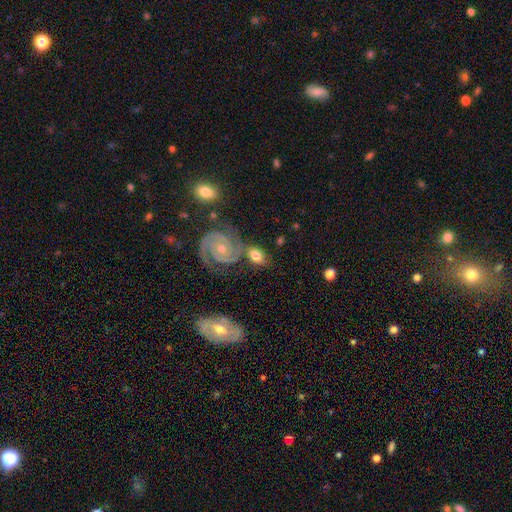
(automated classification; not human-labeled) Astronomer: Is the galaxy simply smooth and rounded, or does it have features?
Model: featured or disk — 57% (runner-up: smooth, 36%).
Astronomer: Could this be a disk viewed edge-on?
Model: no — 95%.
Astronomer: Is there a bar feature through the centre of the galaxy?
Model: no — 65%.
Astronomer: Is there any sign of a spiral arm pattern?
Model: yes — 93%.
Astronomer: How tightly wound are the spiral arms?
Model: tight — 59%.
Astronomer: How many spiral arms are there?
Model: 2 — 85%.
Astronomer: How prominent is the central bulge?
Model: moderate — 52% (runner-up: small, 36%).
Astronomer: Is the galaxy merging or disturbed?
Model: none — 53%.